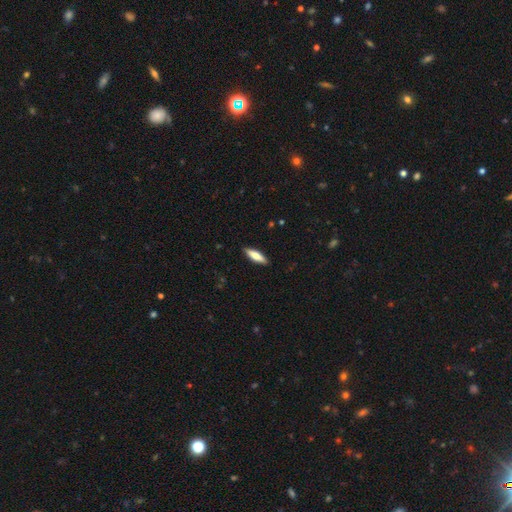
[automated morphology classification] smooth_or_featured: smooth (p=0.72) [alt: featured or disk p=0.22]
how_rounded: cigar-shaped (p=0.59) [alt: in between p=0.39]
merging: none (p=0.89) [alt: minor disturbance p=0.08]